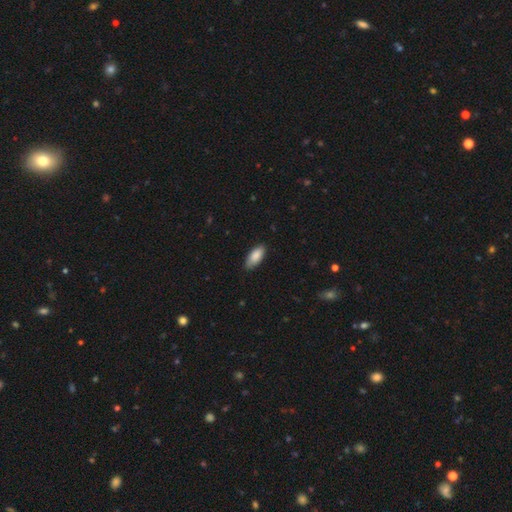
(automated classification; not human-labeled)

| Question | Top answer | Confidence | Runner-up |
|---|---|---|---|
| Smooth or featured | smooth | 88% | featured or disk (7%) |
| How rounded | in between | 88% | cigar-shaped (10%) |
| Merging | none | 83% | minor disturbance (14%) |